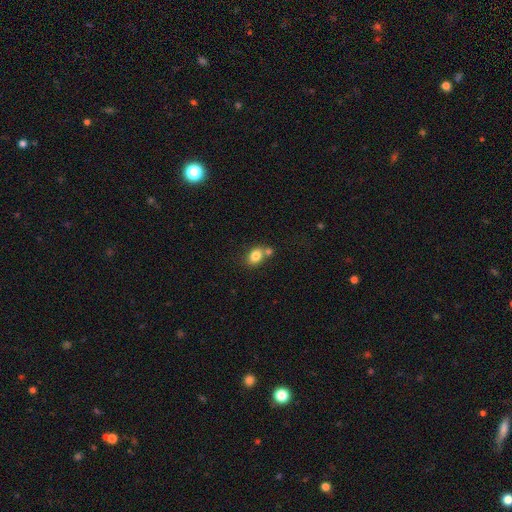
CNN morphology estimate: Overall: smooth (81%). How rounded: in between (59%; round 40%). Merging: none (52%; merger 32%).